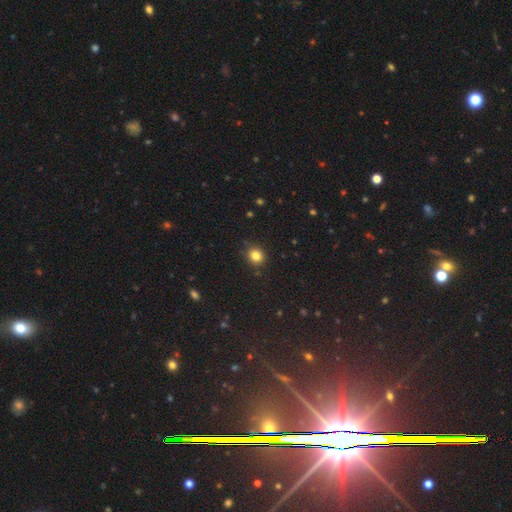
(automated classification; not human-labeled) A smooth galaxy with no disk features (82%) that is round (78%). Merging: none (87%).